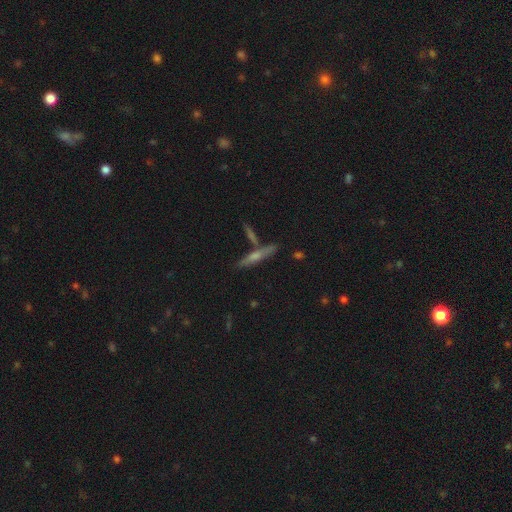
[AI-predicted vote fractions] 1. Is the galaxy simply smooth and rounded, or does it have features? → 50% smooth, 42% featured or disk, 8% star or artifact.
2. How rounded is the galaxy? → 86% cigar-shaped, 11% in between, 3% round.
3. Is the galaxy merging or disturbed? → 71% none, 16% merger, 10% minor disturbance, 3% major disturbance.